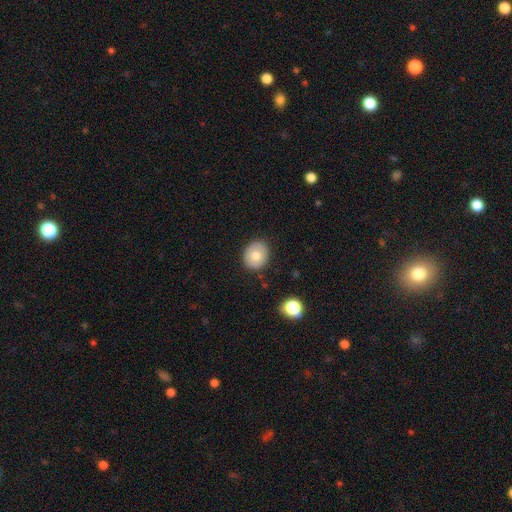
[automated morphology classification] The model was most divided on "how rounded": round: 70%, in between: 30%, cigar-shaped: 1%. More confident: merging — none (87%); smooth or featured — smooth (74%).